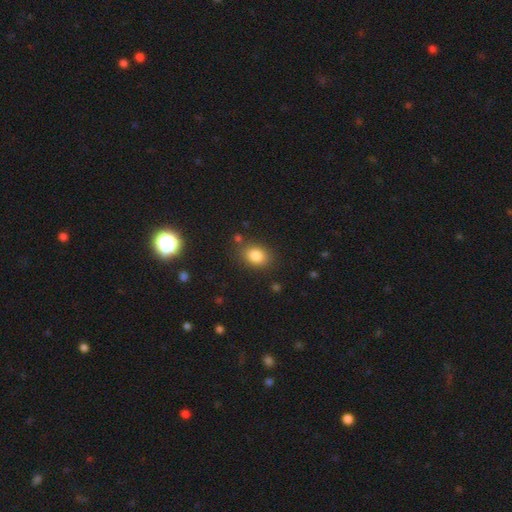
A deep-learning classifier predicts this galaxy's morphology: A smooth galaxy with no disk features (84%) that is in between round and cigar-shaped (64%). Merging: none (79%).